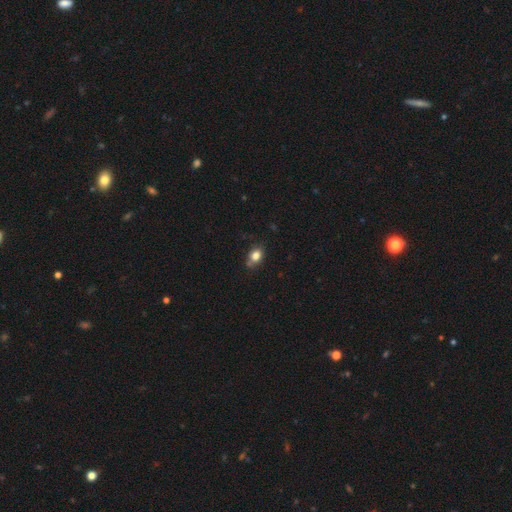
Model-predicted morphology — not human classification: Overall: smooth (81%). How rounded: in between (58%; round 41%). Merging: none (67%).